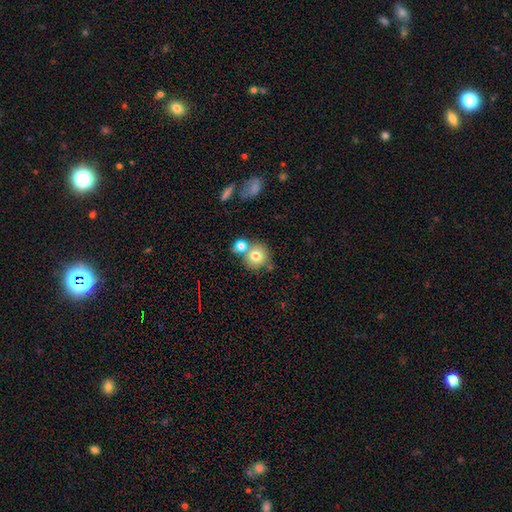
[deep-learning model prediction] This is likely a smooth galaxy (77%). How rounded: clearly round (87%). Merging: possibly none (57%).